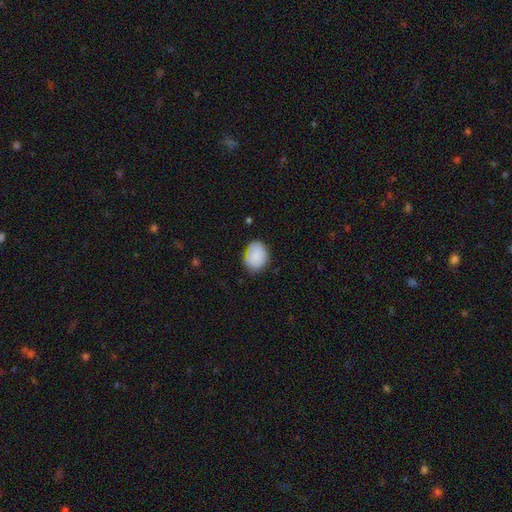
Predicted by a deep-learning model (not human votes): Smooth or featured? smooth (85%)
How rounded? in between (58%)
Merging? none (72%)